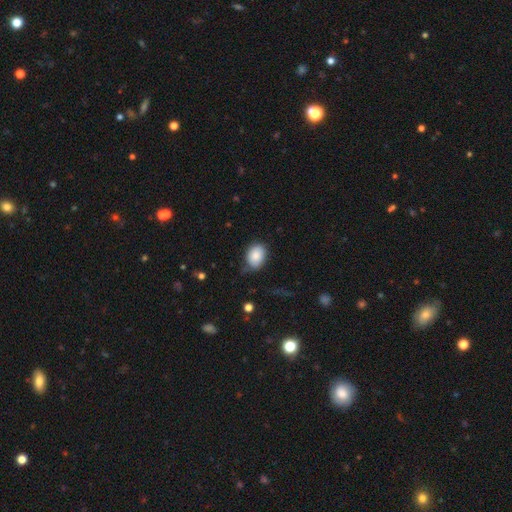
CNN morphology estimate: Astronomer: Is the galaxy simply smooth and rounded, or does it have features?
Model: smooth — 86%.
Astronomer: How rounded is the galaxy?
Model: in between — 71%.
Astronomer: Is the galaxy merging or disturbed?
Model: none — 65%.